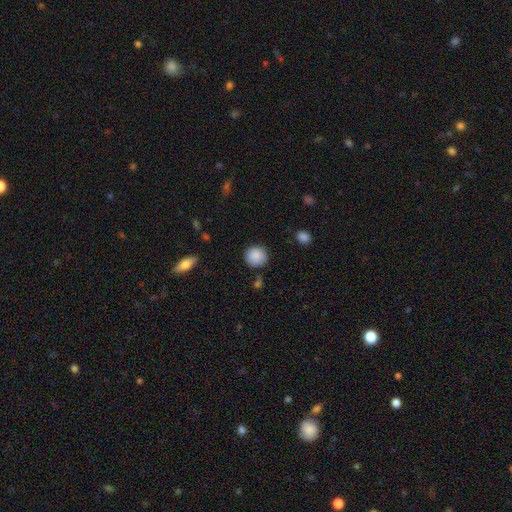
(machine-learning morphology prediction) Q: Smooth or featured?
A: smooth (88%); runner-up: star or artifact (8%)
Q: How rounded?
A: round (91%); runner-up: in between (8%)
Q: Merging?
A: none (87%); runner-up: minor disturbance (9%)